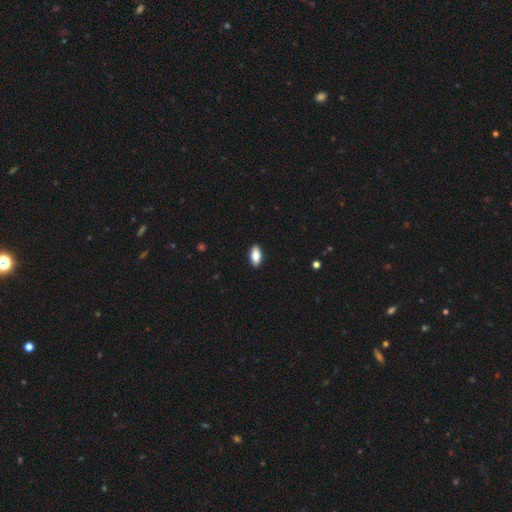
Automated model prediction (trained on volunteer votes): Q: Smooth or featured?
A: smooth (81%); runner-up: featured or disk (13%)
Q: How rounded?
A: in between (88%); runner-up: cigar-shaped (9%)
Q: Merging?
A: none (90%); runner-up: minor disturbance (8%)